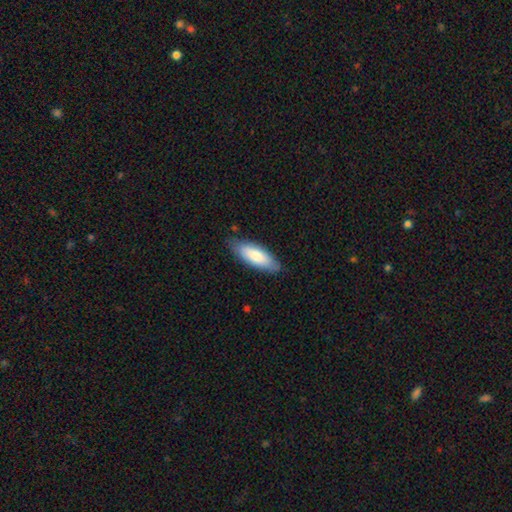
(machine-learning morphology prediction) Smooth or featured?
  - smooth: 78% *
  - featured or disk: 17%
  - star or artifact: 5%
How rounded?
  - in between: 69% *
  - cigar-shaped: 30%
  - round: 1%
Merging?
  - none: 81% *
  - minor disturbance: 16%
  - major disturbance: 3%
  - merger: 1%